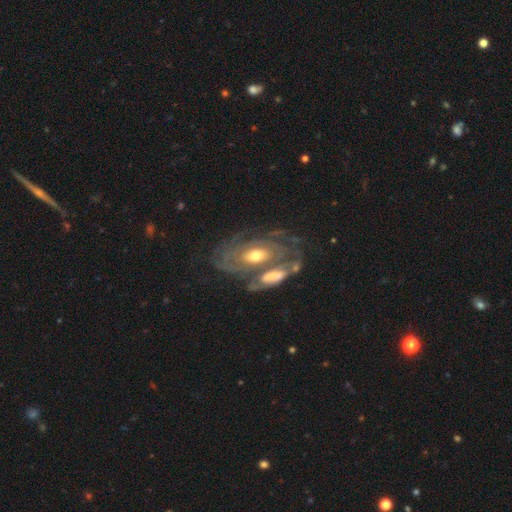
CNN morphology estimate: smooth-or-featured: featured or disk: 78% | smooth: 16% | star or artifact: 6%
  disk-edge-on: no: 92% | yes: 8%
    bar: no: 73% | weak: 19% | strong: 7%
    has-spiral-arms: yes: 82% | no: 18%
      spiral-winding: tight: 73% | medium: 20% | loose: 7%
      spiral-arm-count: can't tell: 57% | 2: 13% | 3: 10% | 4: 8% | more than 4: 6% | 1: 5%
    bulge-size: moderate: 57% | small: 29% | large: 10% | dominant: 2% | none: 2%
  merging: none: 49% | merger: 25% | minor disturbance: 15% | major disturbance: 10%